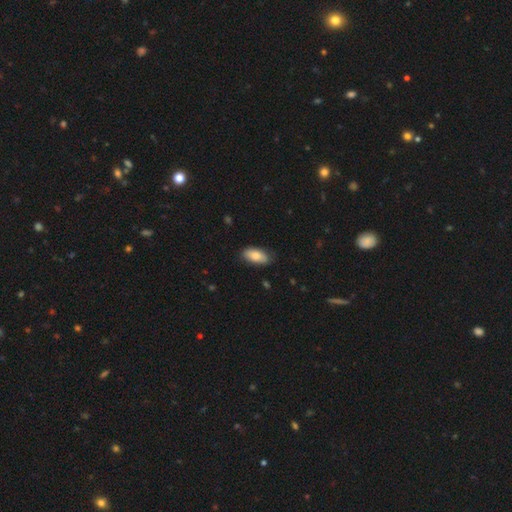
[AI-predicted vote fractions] smooth-or-featured: smooth: 82% | featured or disk: 11% | star or artifact: 6%
  how-rounded: in between: 89% | cigar-shaped: 9% | round: 2%
  merging: none: 82% | minor disturbance: 15% | major disturbance: 3% | merger: 1%